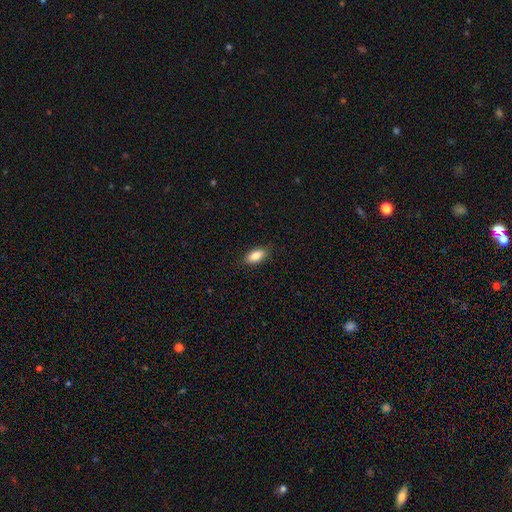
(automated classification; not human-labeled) Smooth or featured: smooth — 86% (featured or disk — 7%)
How rounded: in between — 89% (cigar-shaped — 8%)
Merging: none — 88% (minor disturbance — 9%)